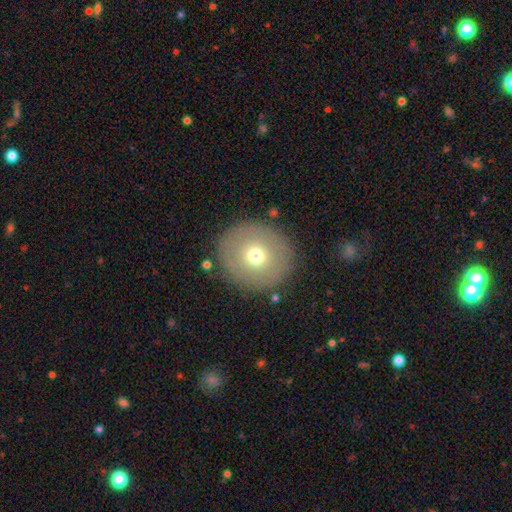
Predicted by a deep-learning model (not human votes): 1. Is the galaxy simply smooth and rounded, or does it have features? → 64% smooth, 25% featured or disk, 10% star or artifact.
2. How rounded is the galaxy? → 90% round, 9% in between, 1% cigar-shaped.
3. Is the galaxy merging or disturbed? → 87% none, 8% minor disturbance, 4% major disturbance, 2% merger.